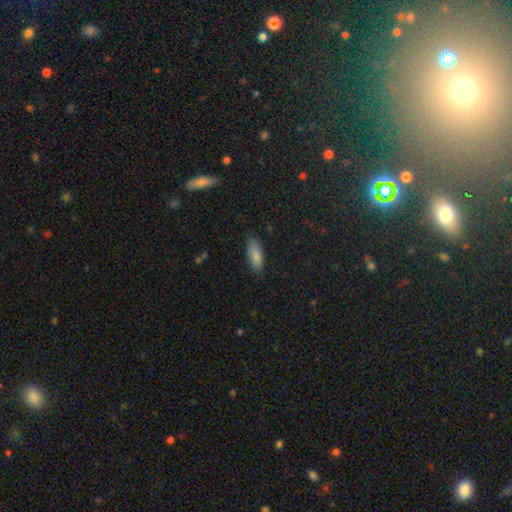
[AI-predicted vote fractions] Smooth or featured?
  - smooth: 86% *
  - star or artifact: 7%
  - featured or disk: 7%
How rounded?
  - in between: 78% *
  - cigar-shaped: 20%
  - round: 2%
Merging?
  - none: 82% *
  - minor disturbance: 14%
  - major disturbance: 3%
  - merger: 1%